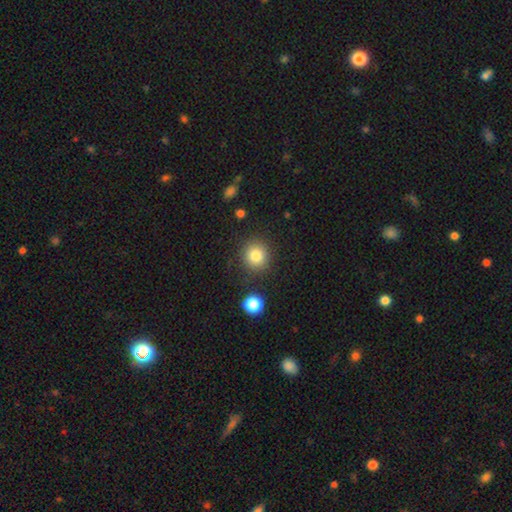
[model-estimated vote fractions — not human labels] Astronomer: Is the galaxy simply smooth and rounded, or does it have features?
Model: smooth — 83%.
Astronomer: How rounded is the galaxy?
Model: round — 90%.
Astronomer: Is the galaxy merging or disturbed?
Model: none — 85%.